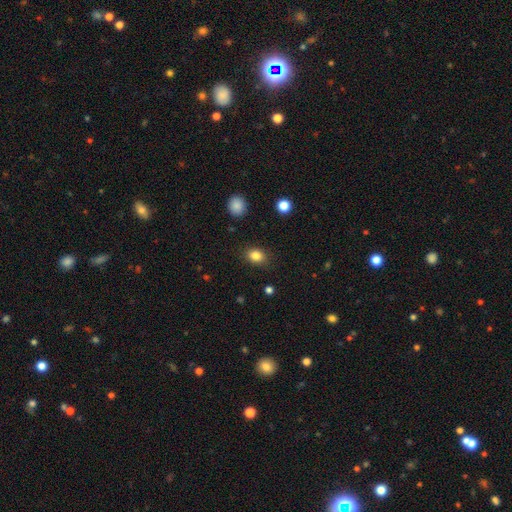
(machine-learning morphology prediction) Smooth or featured? Predicted: smooth (p=0.84). How rounded? Predicted: in between (p=0.60). Merging? Predicted: none (p=0.86).